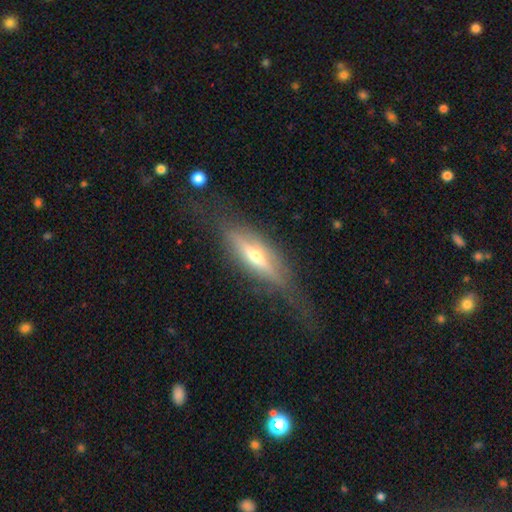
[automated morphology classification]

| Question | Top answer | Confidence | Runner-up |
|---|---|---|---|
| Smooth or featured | featured or disk | 70% | smooth (24%) |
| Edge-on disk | yes | 90% | no (10%) |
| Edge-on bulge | rounded | 87% | none (7%) |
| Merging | none | 69% | minor disturbance (18%) |